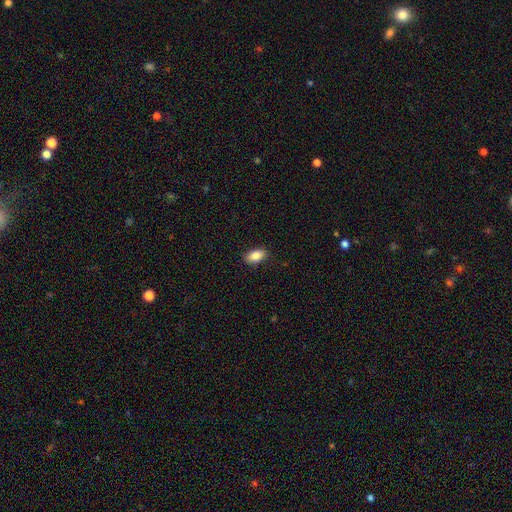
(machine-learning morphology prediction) smooth-or-featured: smooth: 85% | star or artifact: 8% | featured or disk: 7%
  how-rounded: in between: 90% | round: 5% | cigar-shaped: 5%
  merging: none: 86% | minor disturbance: 10% | major disturbance: 2% | merger: 1%